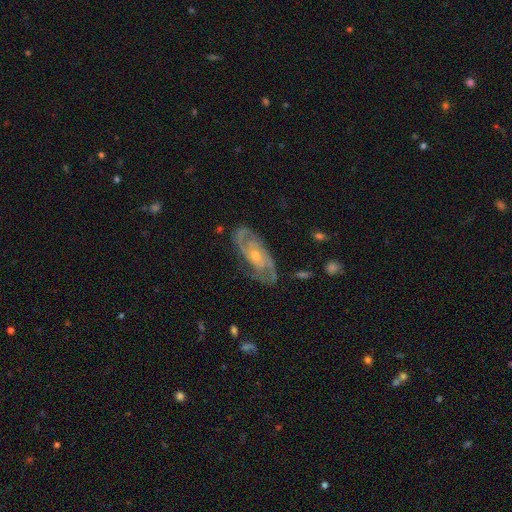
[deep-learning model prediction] Smooth or featured? featured or disk (87%)
Edge-on disk? no (94%)
Bar? no (67%)
Spiral arms? yes (96%)
Spiral winding? tight (50%)
Spiral arm count? 2 (67%)
Bulge size? small (52%)
Merging? none (77%)